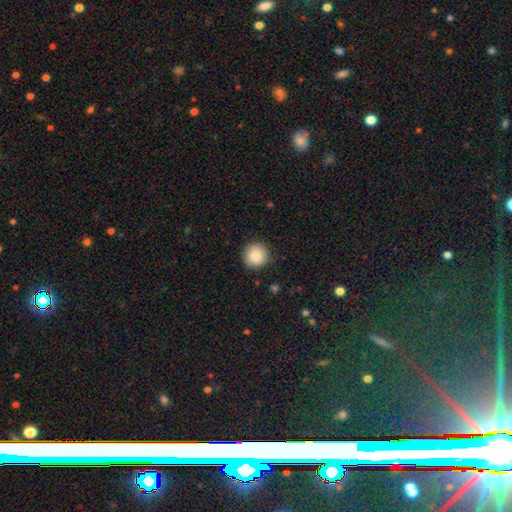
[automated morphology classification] smooth 85%, star or artifact 8%, featured or disk 7%. Down the decision tree: how rounded — round (95%); merging — none (90%).